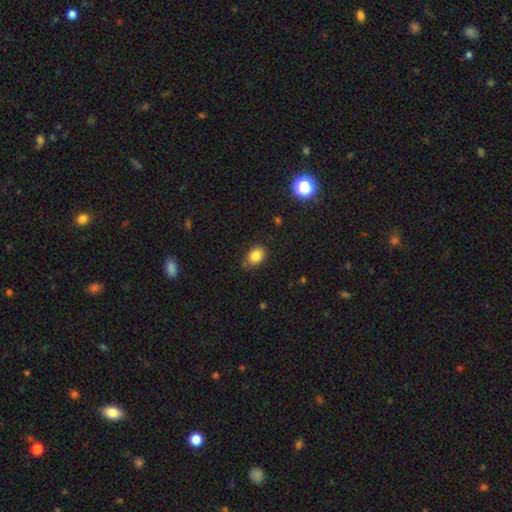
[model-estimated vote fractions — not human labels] Smooth or featured? smooth (84%)
How rounded? in between (60%)
Merging? none (72%)